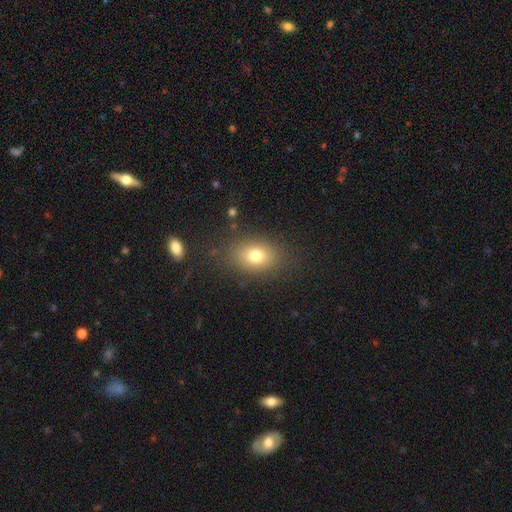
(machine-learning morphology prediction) This is likely a smooth galaxy (76%). How rounded: likely in between (68%). Merging: clearly none (82%).